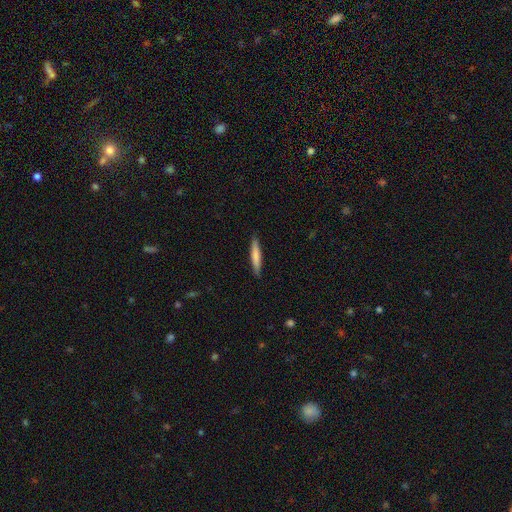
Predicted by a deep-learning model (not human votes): Smooth or featured? smooth (74%)
How rounded? cigar-shaped (93%)
Merging? none (89%)